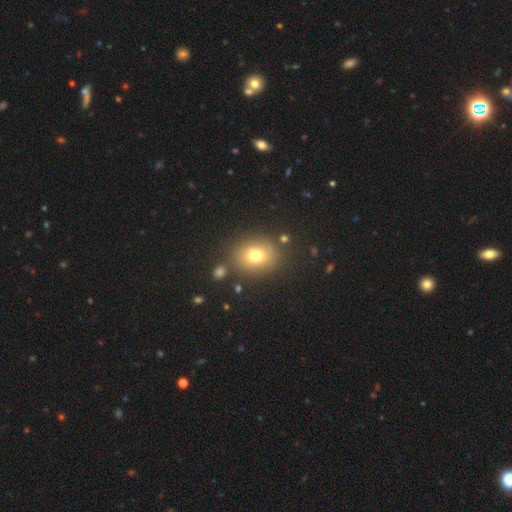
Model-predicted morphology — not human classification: The model was most divided on "how rounded": round: 69%, in between: 30%, cigar-shaped: 1%. More confident: merging — none (79%); smooth or featured — smooth (73%).